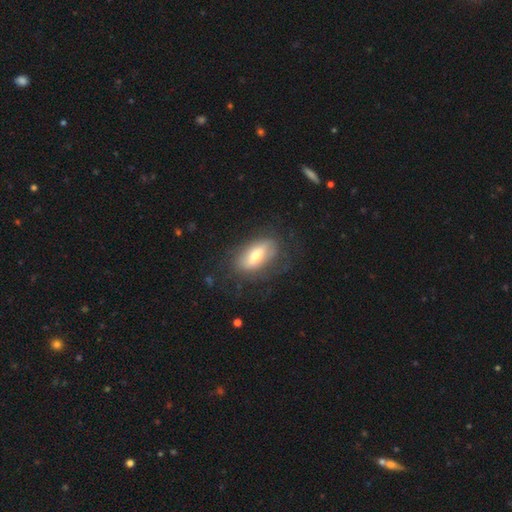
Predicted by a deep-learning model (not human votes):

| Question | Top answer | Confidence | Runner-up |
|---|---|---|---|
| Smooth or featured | smooth | 51% | featured or disk (41%) |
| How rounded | in between | 83% | cigar-shaped (13%) |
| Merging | none | 65% | minor disturbance (21%) |